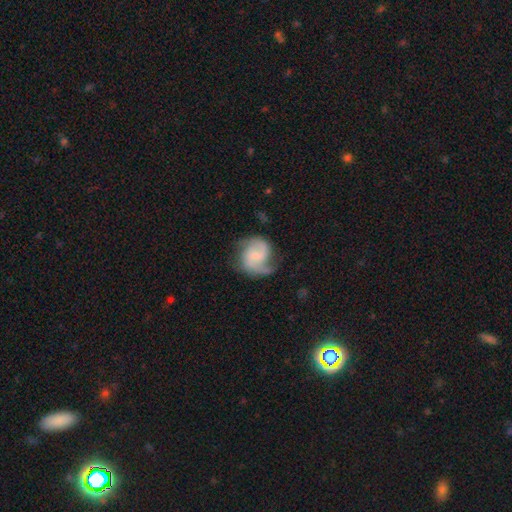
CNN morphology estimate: Smooth or featured? featured or disk (79%)
Edge-on disk? no (98%)
Bar? no (53%)
Spiral arms? yes (95%)
Spiral winding? medium (49%)
Spiral arm count? 2 (76%)
Bulge size? small (60%)
Merging? none (64%)